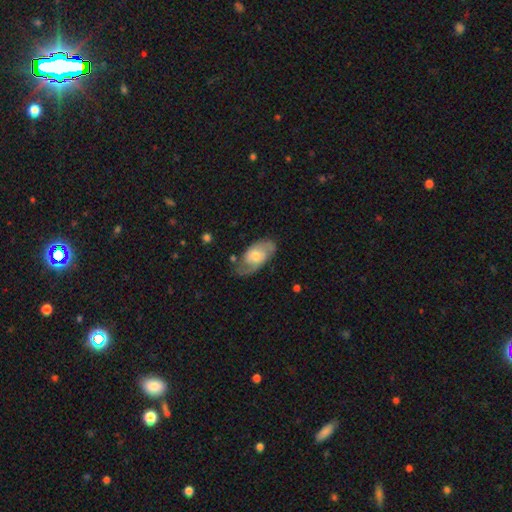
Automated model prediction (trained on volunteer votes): This is likely a featured or disk galaxy (67%). It is clearly not viewed edge-on (93%). Bar: likely no (66%). Spiral arm pattern: clearly yes (87%). Spiral arm count: likely 2 (71%). Spiral winding: possibly medium (46%). Central bulge: possibly moderate (53%). Merging: likely none (64%).